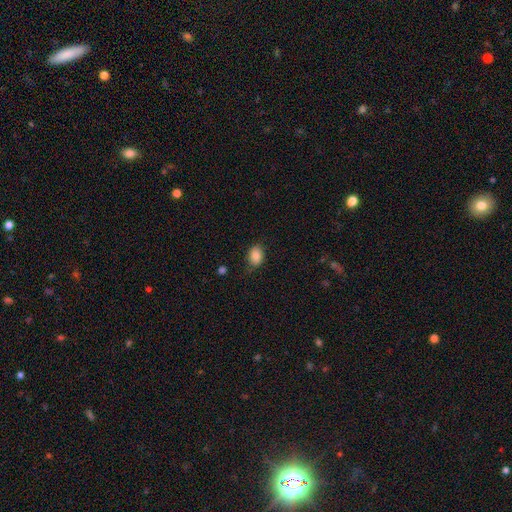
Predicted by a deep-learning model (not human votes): Smooth or featured? Predicted: smooth (p=0.84). How rounded? Predicted: in between (p=0.73). Merging? Predicted: none (p=0.78).